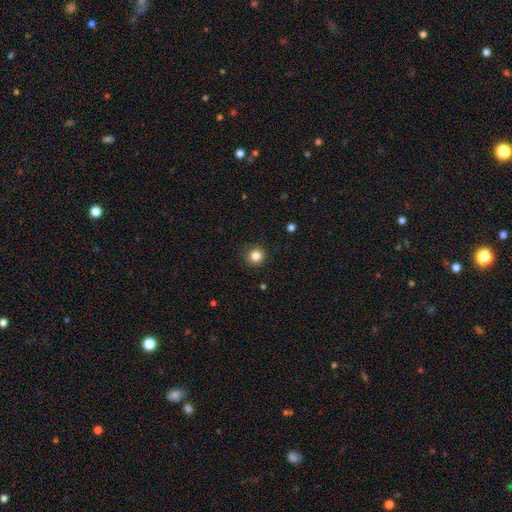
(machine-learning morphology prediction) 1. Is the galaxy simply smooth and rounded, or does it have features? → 83% smooth, 12% star or artifact, 5% featured or disk.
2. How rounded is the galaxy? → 95% round, 4% in between, 1% cigar-shaped.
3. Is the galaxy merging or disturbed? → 91% none, 6% minor disturbance, 2% major disturbance, 1% merger.